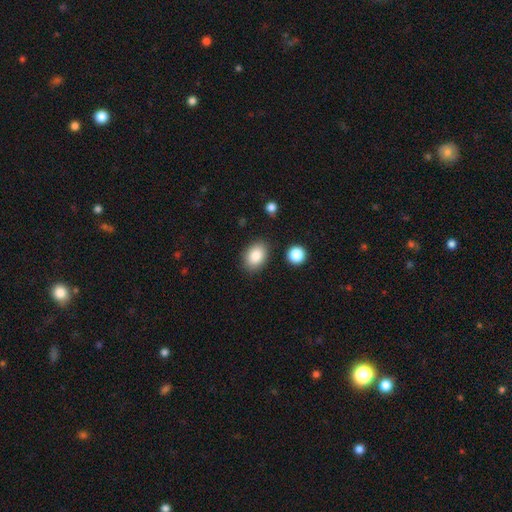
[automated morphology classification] smooth 86%, star or artifact 8%, featured or disk 6%. Down the decision tree: how rounded — in between (83%); merging — none (84%).